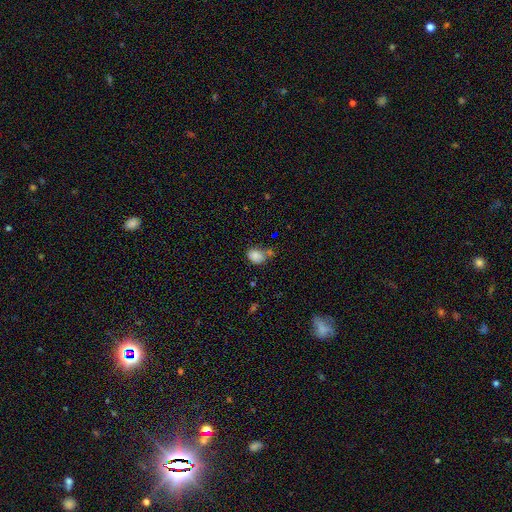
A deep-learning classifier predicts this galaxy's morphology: Smooth or featured? Predicted: smooth (p=0.83). How rounded? Predicted: in between (p=0.57). Merging? Predicted: none (p=0.52).